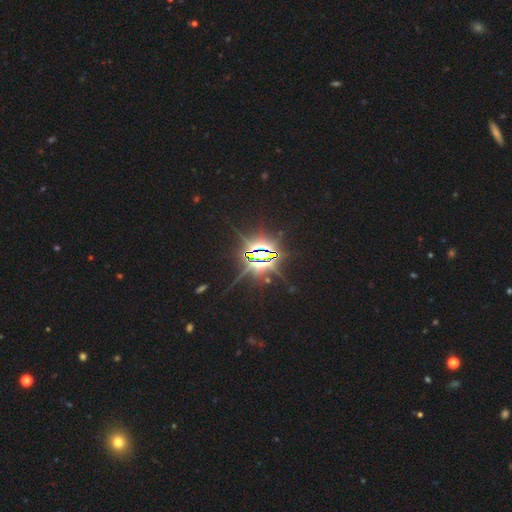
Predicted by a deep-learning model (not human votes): Overall: star or artifact (85%).